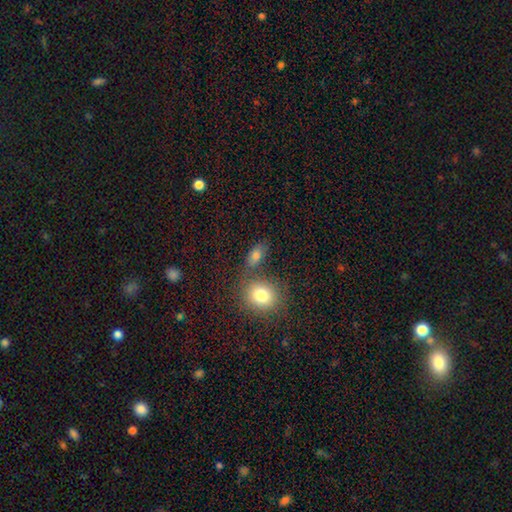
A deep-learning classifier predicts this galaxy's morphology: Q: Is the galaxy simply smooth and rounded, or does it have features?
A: smooth — 77%.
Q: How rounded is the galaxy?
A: in between — 72%.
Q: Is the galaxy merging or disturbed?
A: none — 61%.